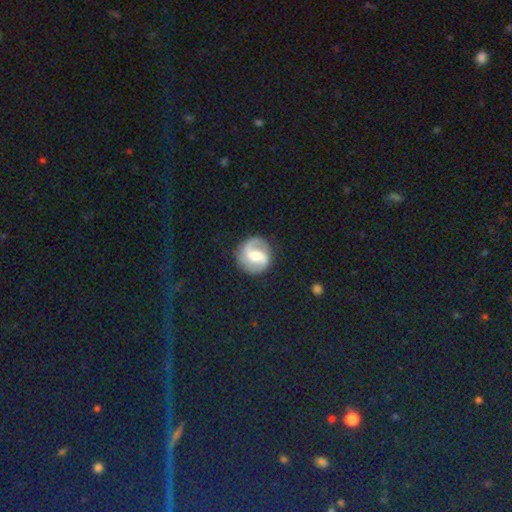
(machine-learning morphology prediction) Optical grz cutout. It shows a featured or disk galaxy (81%) with a weak bar (46%), 2 (90%) medium (47%) spiral arms (94%) and a moderate central bulge (62%). Merging: none (85%).